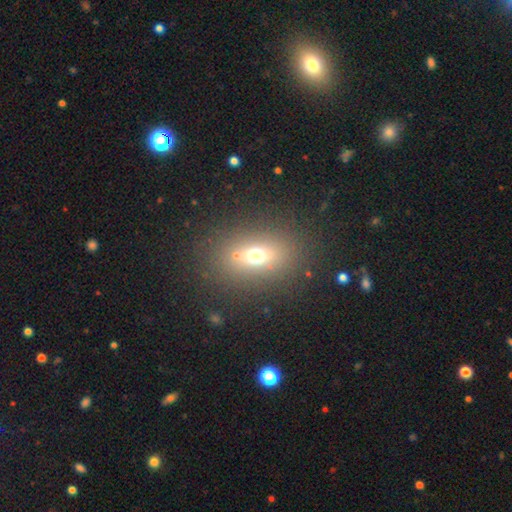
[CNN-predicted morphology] Q: Smooth or featured?
A: smooth (63%); runner-up: star or artifact (20%)
Q: How rounded?
A: in between (67%); runner-up: round (28%)
Q: Merging?
A: none (78%); runner-up: minor disturbance (10%)